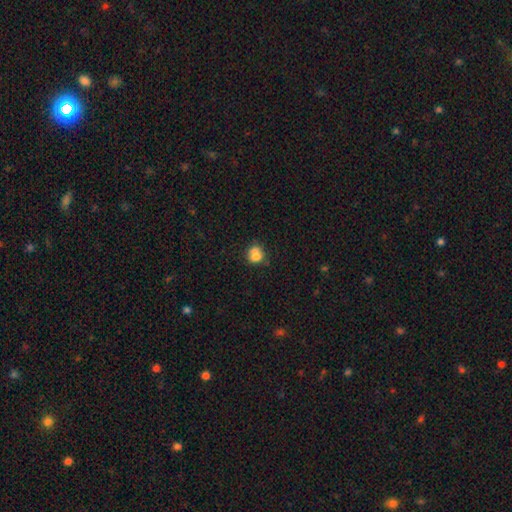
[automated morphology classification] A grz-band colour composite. It shows a smooth galaxy with no disk features (71%) that is round (71%). Merging: merger (48%).